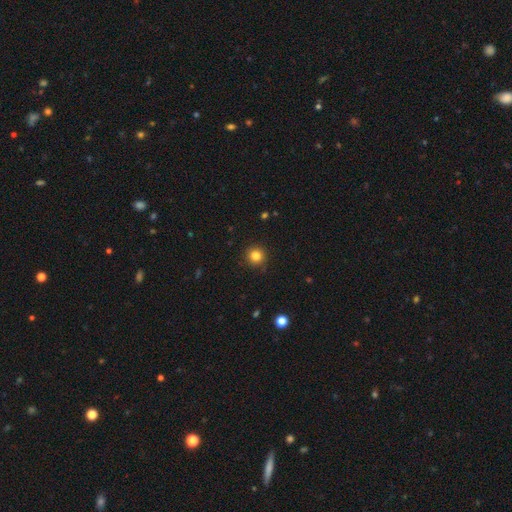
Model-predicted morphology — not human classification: type=smooth (83%); roundness=round (95%); merging=none (90%).